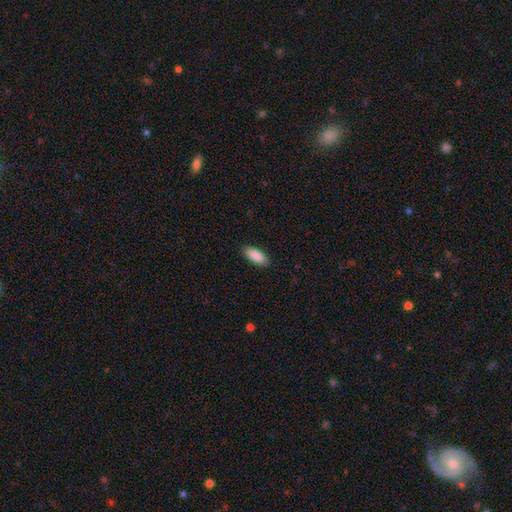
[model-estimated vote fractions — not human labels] A smooth galaxy with no disk features (90%) that is in between round and cigar-shaped (84%).

Vote fractions:
- Smooth or featured? smooth: 90% / star or artifact: 6% / featured or disk: 4%
- How rounded? in between: 84% / cigar-shaped: 14% / round: 2%
- Merging? none: 89% / minor disturbance: 8% / major disturbance: 2% / merger: 1%